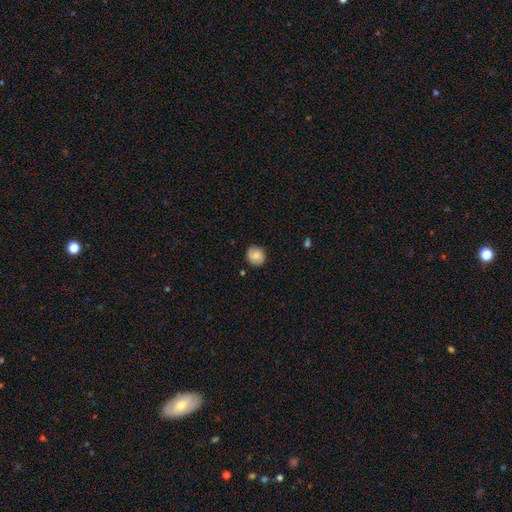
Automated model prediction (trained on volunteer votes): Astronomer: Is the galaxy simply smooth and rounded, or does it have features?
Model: smooth — 72%.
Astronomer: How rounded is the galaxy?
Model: round — 85%.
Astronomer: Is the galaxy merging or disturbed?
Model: none — 84%.